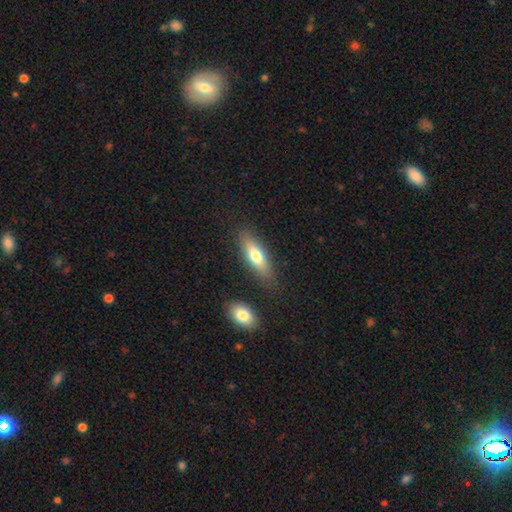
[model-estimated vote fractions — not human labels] A smooth galaxy with no disk features (67%) that is in between round and cigar-shaped (56%). Merging: none (81%).